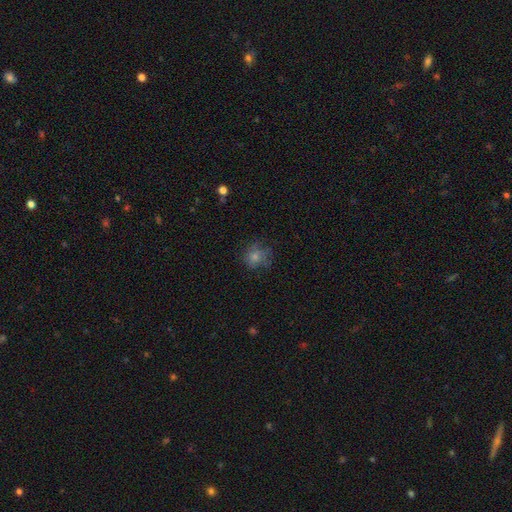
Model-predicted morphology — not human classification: Smooth or featured? Predicted: smooth (p=0.59). How rounded? Predicted: round (p=0.83). Merging? Predicted: none (p=0.71).